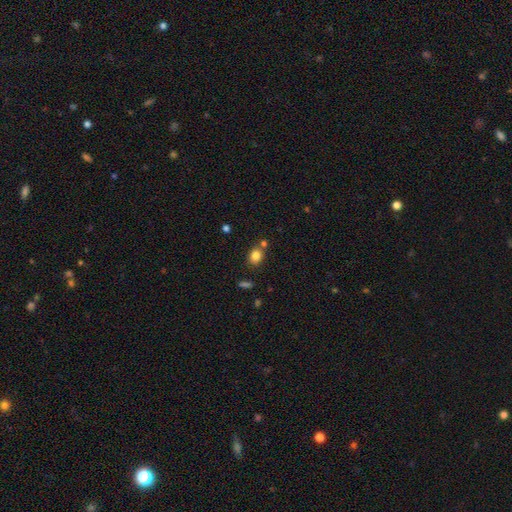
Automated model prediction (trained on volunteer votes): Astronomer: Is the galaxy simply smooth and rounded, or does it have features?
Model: smooth — 83%.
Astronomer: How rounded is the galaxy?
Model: round — 56% (runner-up: in between, 43%).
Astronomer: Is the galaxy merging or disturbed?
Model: none — 72%.